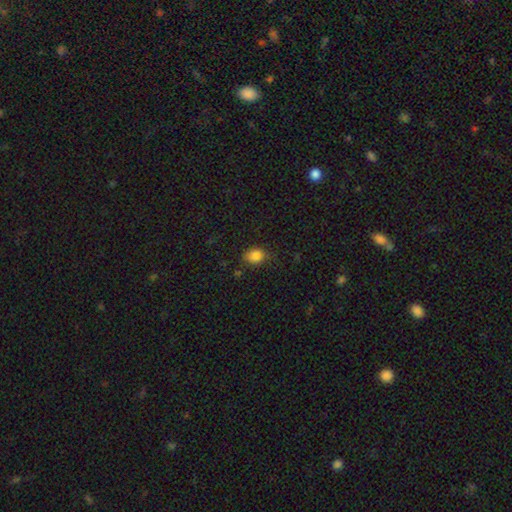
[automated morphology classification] Smooth or featured: smooth — 84% (star or artifact — 11%)
How rounded: in between — 53% (round — 46%)
Merging: none — 71% (minor disturbance — 22%)